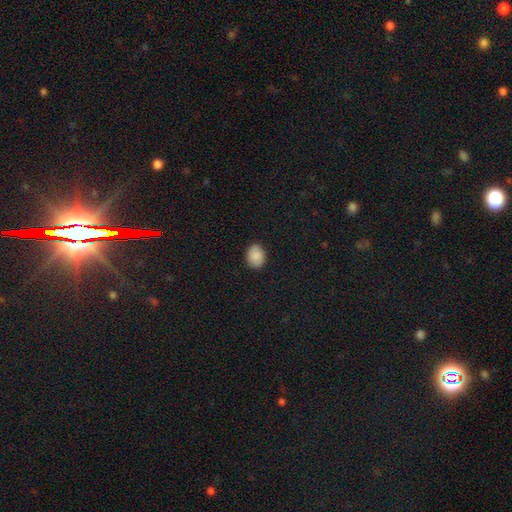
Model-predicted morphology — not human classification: smooth 89%, star or artifact 8%, featured or disk 3%. Down the decision tree: how rounded — in between (56%); merging — none (89%).